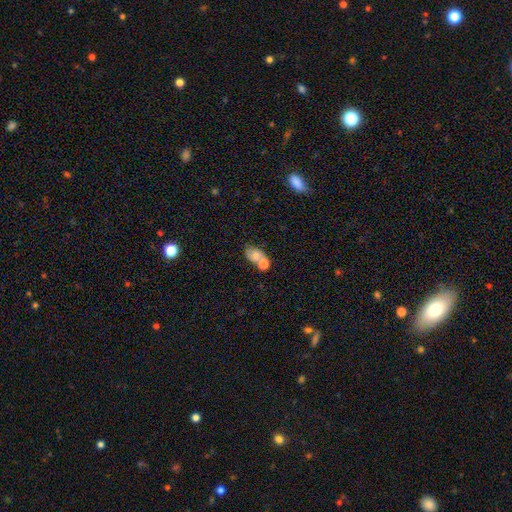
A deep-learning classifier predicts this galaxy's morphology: A smooth galaxy with no disk features (68%) that is in between round and cigar-shaped (72%). Merging: merger (55%).